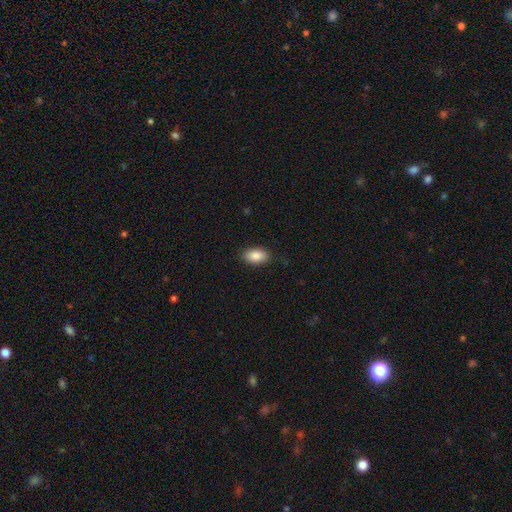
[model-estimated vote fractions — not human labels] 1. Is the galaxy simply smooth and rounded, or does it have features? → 88% smooth, 7% star or artifact, 5% featured or disk.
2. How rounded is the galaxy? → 92% in between, 6% round, 2% cigar-shaped.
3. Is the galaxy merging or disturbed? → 87% none, 10% minor disturbance, 2% major disturbance, 1% merger.